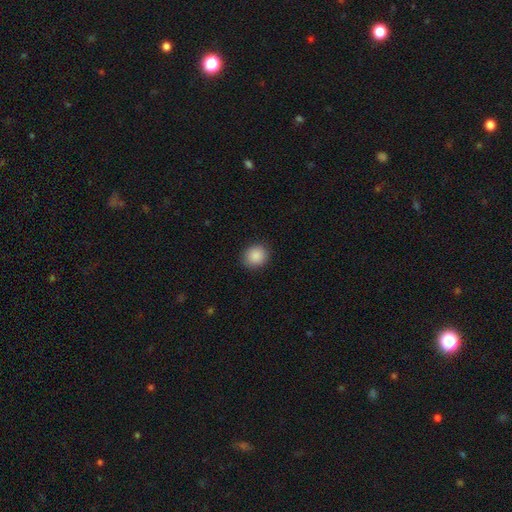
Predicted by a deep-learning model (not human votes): Morphology: type=smooth (89%); roundness=round (78%); merging=none (89%).